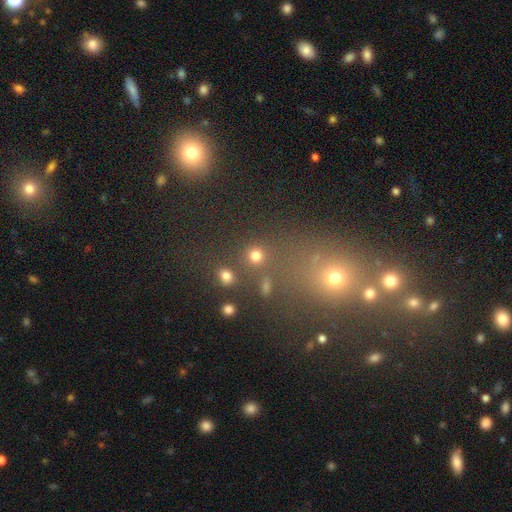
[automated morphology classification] type=smooth (78%); roundness=round (88%); merging=none (78%).